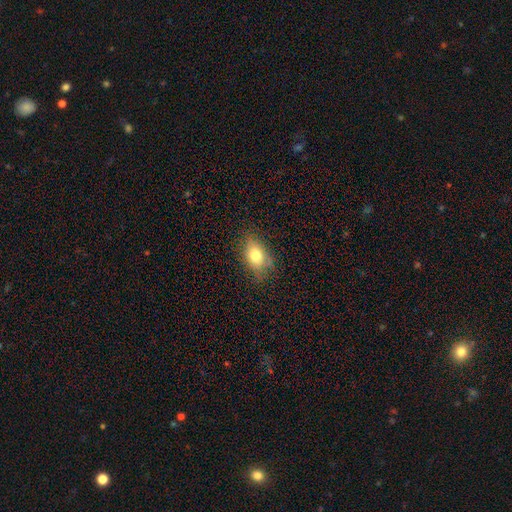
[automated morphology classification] type=smooth (75%); roundness=in between (83%); merging=none (70%).